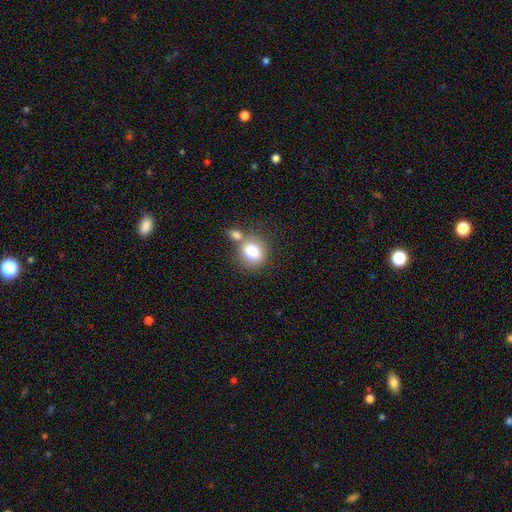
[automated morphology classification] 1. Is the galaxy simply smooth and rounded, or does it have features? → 78% smooth, 11% star or artifact, 11% featured or disk.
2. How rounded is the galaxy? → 71% round, 28% in between, 1% cigar-shaped.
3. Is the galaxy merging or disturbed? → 59% none, 26% merger, 12% minor disturbance, 4% major disturbance.